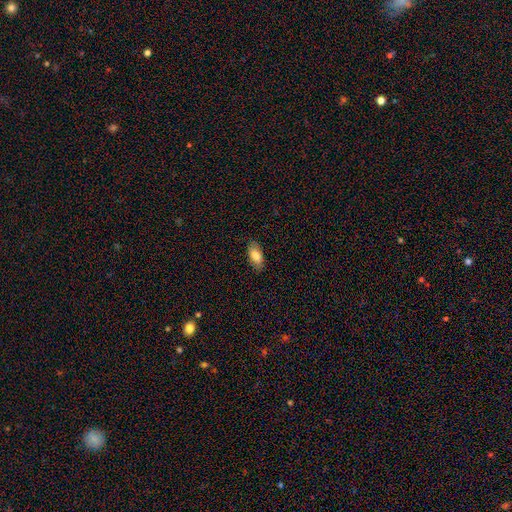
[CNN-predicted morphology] Smooth or featured? smooth (80%)
How rounded? in between (90%)
Merging? none (85%)